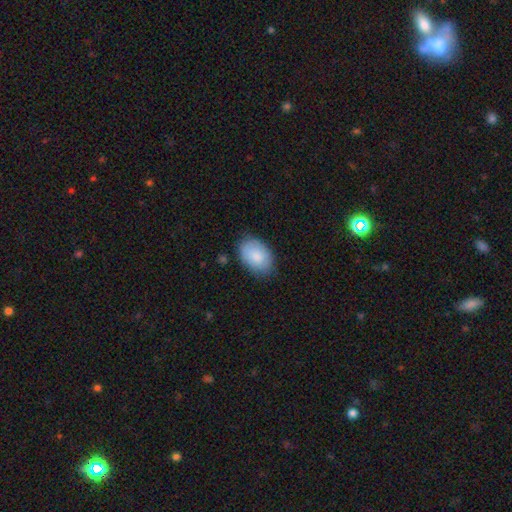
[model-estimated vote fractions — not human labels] Smooth or featured? smooth (86%)
How rounded? in between (88%)
Merging? none (79%)